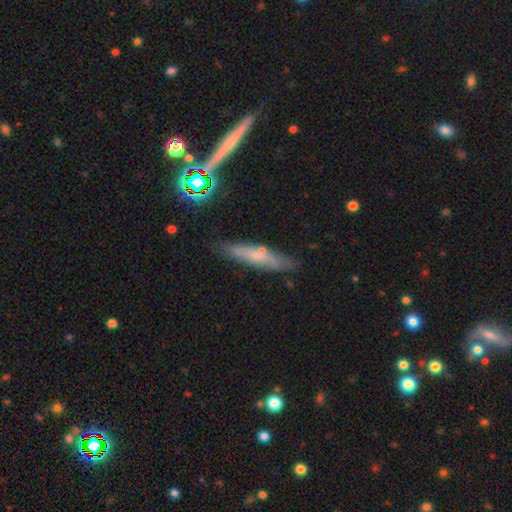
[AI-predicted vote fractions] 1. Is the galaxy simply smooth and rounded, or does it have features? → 52% smooth, 37% featured or disk, 11% star or artifact.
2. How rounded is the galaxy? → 85% cigar-shaped, 13% in between, 2% round.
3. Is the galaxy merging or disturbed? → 76% none, 15% minor disturbance, 5% merger, 4% major disturbance.